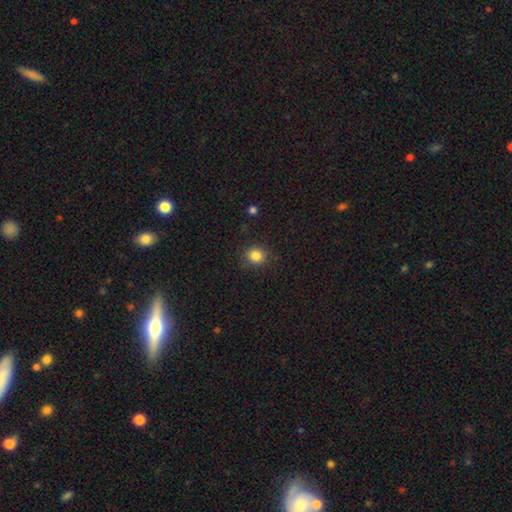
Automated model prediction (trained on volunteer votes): smooth_or_featured: smooth (p=0.84) [alt: star or artifact p=0.11]
how_rounded: round (p=0.83) [alt: in between p=0.16]
merging: none (p=0.88) [alt: minor disturbance p=0.08]